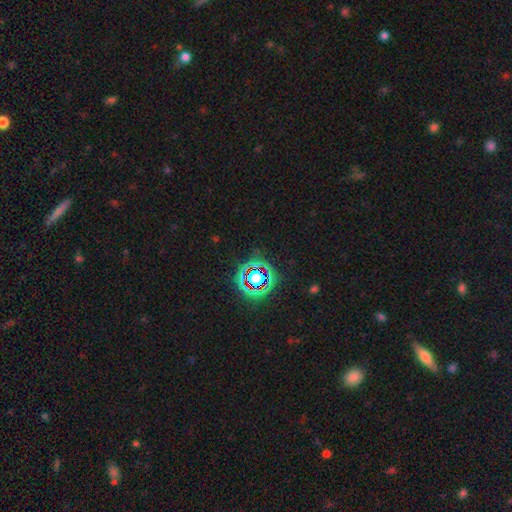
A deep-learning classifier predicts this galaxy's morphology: star or artifact 77%, smooth 13%, featured or disk 9%.